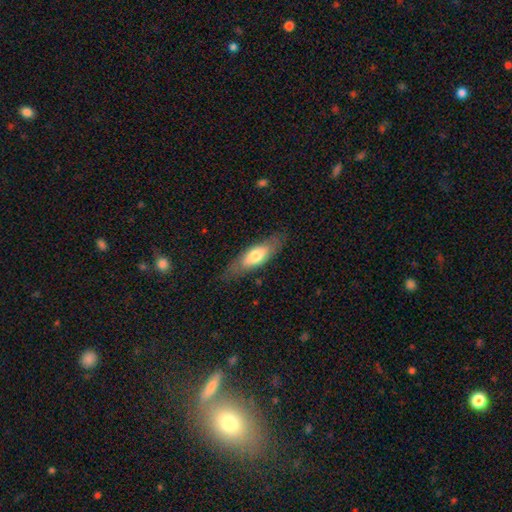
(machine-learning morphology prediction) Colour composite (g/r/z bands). It shows a smooth galaxy with no disk features (64%) that is in between round and cigar-shaped (62%). Merging: none (75%).